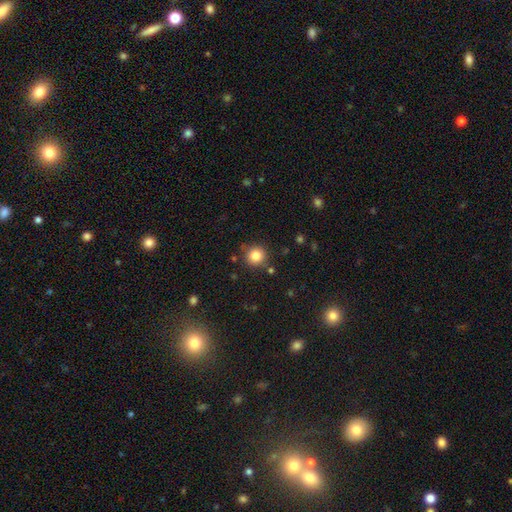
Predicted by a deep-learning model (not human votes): A smooth galaxy with no disk features (84%) that is round (93%).

Vote fractions:
- Smooth or featured? smooth: 84% / star or artifact: 11% / featured or disk: 5%
- How rounded? round: 93% / in between: 6% / cigar-shaped: 1%
- Merging? none: 85% / minor disturbance: 9% / merger: 4% / major disturbance: 3%